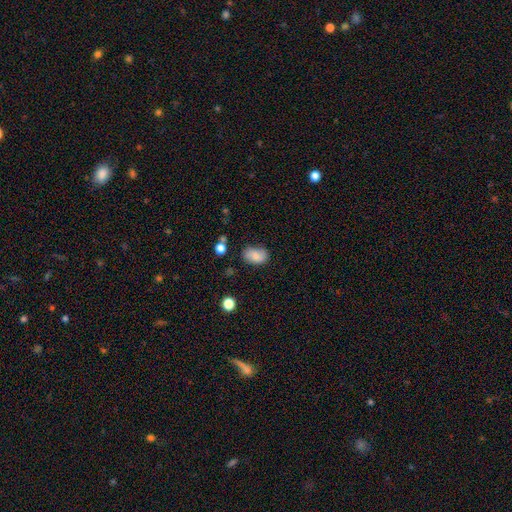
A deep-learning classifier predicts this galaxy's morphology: Smooth or featured? smooth (78%)
How rounded? in between (87%)
Merging? none (73%)